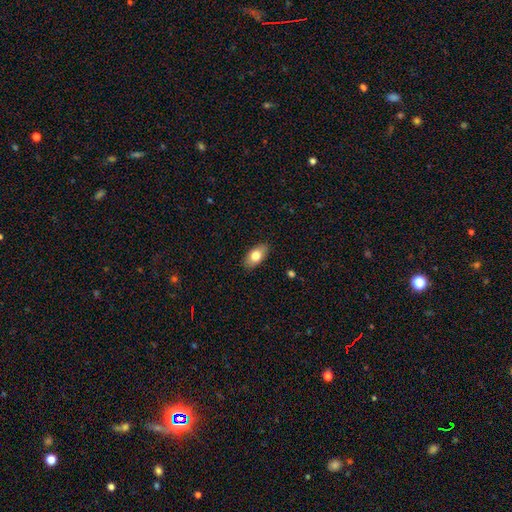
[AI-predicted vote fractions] Q: Smooth or featured?
A: smooth (78%); runner-up: featured or disk (15%)
Q: How rounded?
A: in between (92%); runner-up: round (5%)
Q: Merging?
A: none (86%); runner-up: minor disturbance (10%)